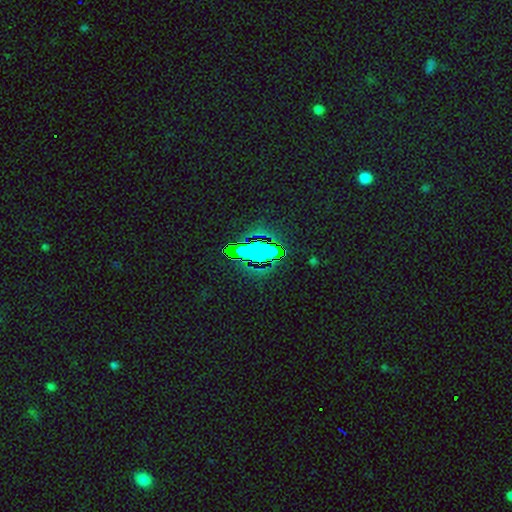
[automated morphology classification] This is clearly a star or artifact rather than a galaxy (81%).